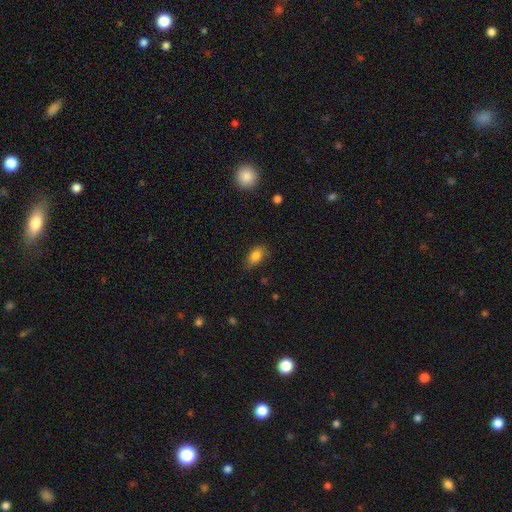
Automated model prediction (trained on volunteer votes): Smooth or featured? smooth (83%)
How rounded? in between (87%)
Merging? none (76%)